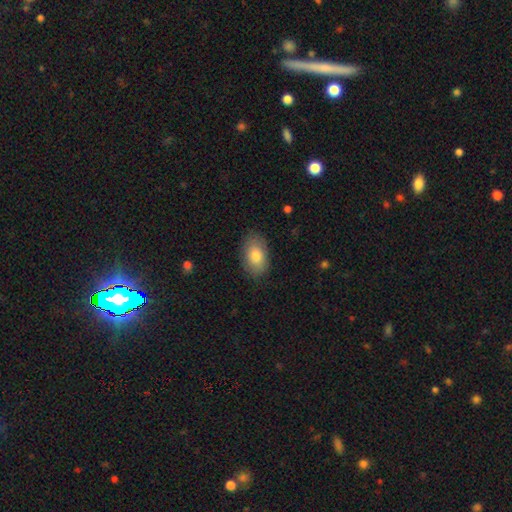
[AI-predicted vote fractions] Smooth or featured?
  - smooth: 82% *
  - featured or disk: 12%
  - star or artifact: 7%
How rounded?
  - in between: 88% *
  - round: 10%
  - cigar-shaped: 1%
Merging?
  - none: 84% *
  - minor disturbance: 12%
  - major disturbance: 3%
  - merger: 1%